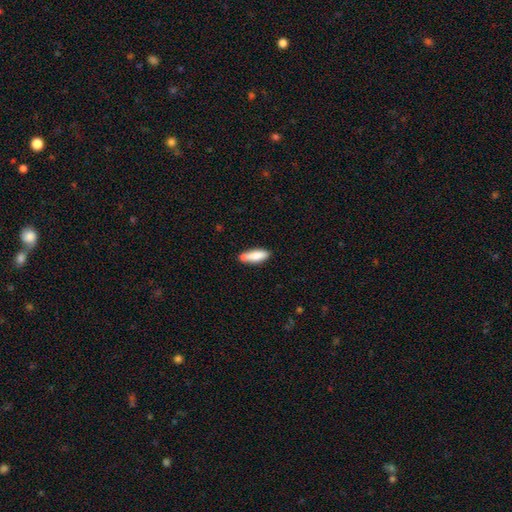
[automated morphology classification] Overall: smooth (79%). How rounded: in between (58%; cigar-shaped 40%). Merging: none (64%).